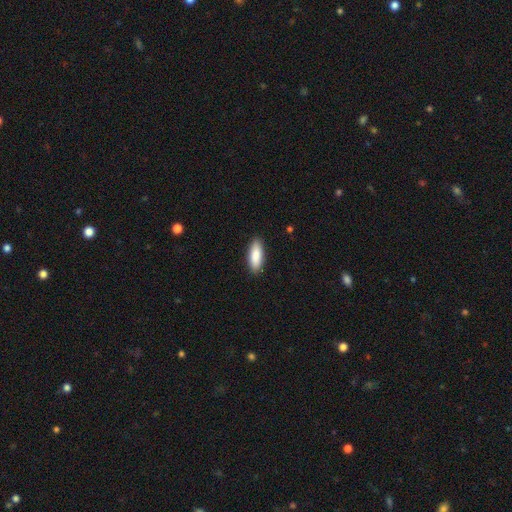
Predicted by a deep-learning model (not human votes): smooth-or-featured: smooth: 88% | featured or disk: 7% | star or artifact: 5%
  how-rounded: in between: 68% | cigar-shaped: 30% | round: 2%
  merging: none: 89% | minor disturbance: 8% | major disturbance: 2% | merger: 1%